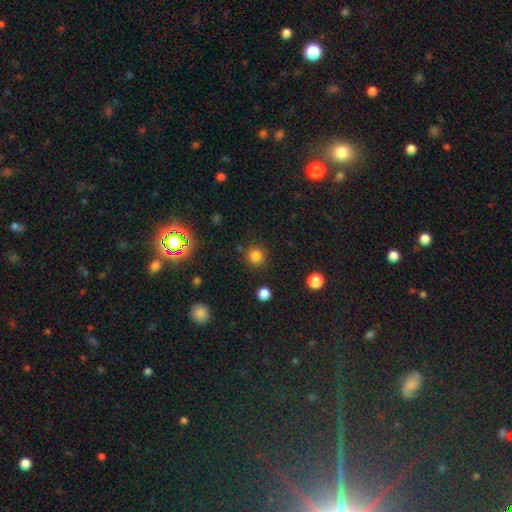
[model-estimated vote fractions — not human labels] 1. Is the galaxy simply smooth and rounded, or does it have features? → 78% smooth, 17% star or artifact, 5% featured or disk.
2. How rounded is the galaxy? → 94% round, 5% in between, 1% cigar-shaped.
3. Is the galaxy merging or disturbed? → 87% none, 7% minor disturbance, 3% merger, 3% major disturbance.